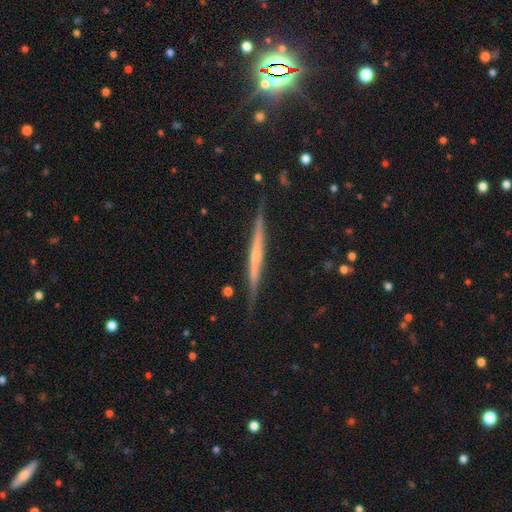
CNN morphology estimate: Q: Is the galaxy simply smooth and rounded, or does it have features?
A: featured or disk — 74%.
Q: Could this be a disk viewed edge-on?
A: yes — 98%.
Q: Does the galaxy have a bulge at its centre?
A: none — 50%.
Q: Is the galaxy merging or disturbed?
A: none — 88%.